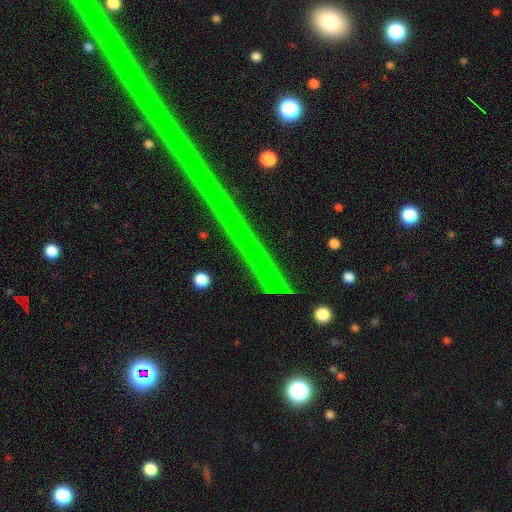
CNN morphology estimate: A star or artifact, not a galaxy (71%).

Vote fractions:
- Smooth or featured? star or artifact: 71% / featured or disk: 19% / smooth: 10%